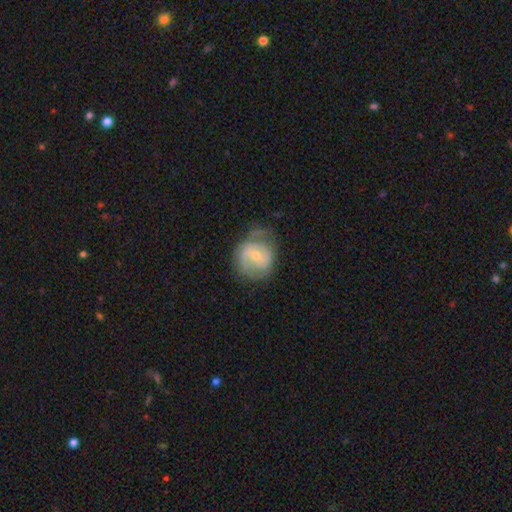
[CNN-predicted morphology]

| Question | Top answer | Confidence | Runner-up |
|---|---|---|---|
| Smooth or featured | featured or disk | 58% | smooth (36%) |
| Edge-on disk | no | 97% | yes (3%) |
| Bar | weak | 45% | no (42%) |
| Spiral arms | yes | 68% | no (32%) |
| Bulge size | moderate | 49% | small (46%) |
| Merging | none | 54% | minor disturbance (28%) |